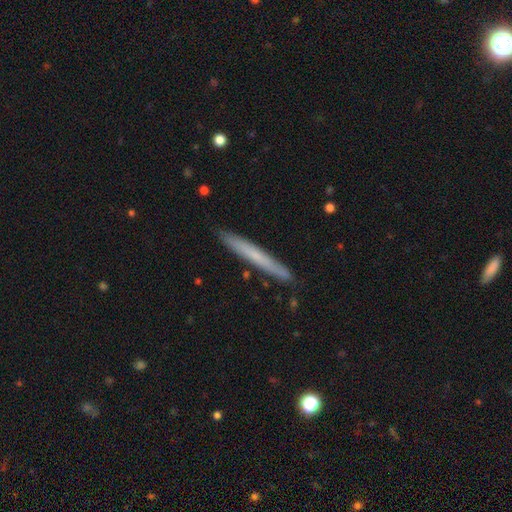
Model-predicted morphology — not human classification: Q: Smooth or featured?
A: smooth (58%); runner-up: featured or disk (36%)
Q: How rounded?
A: cigar-shaped (97%); runner-up: in between (2%)
Q: Merging?
A: none (90%); runner-up: minor disturbance (7%)